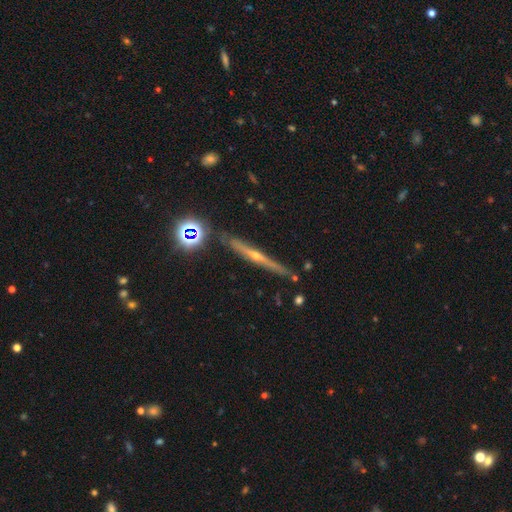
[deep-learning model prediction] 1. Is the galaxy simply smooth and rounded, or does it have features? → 77% featured or disk, 13% smooth, 10% star or artifact.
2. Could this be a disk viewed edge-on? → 97% yes, 3% no.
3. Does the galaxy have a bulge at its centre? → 83% rounded, 13% none, 3% boxy.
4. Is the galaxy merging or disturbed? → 86% none, 9% minor disturbance, 3% merger, 2% major disturbance.